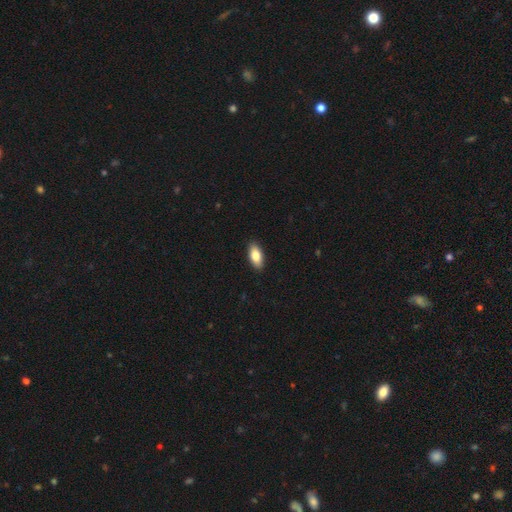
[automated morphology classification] Q: Smooth or featured?
A: smooth (84%); runner-up: featured or disk (10%)
Q: How rounded?
A: in between (88%); runner-up: cigar-shaped (9%)
Q: Merging?
A: none (89%); runner-up: minor disturbance (8%)